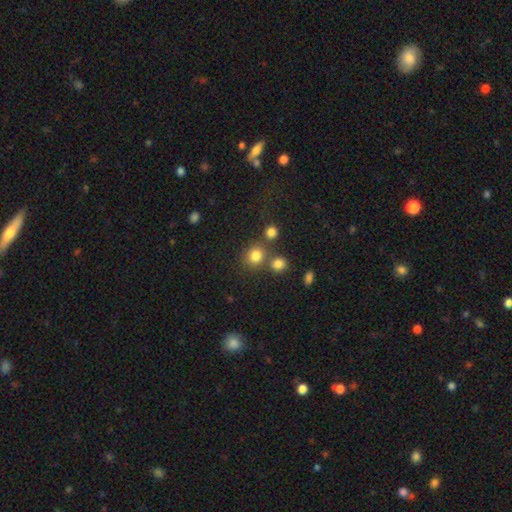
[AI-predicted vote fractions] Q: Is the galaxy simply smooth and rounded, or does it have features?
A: smooth — 80%.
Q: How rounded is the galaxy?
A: round — 81%.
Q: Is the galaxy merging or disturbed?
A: none — 67%.